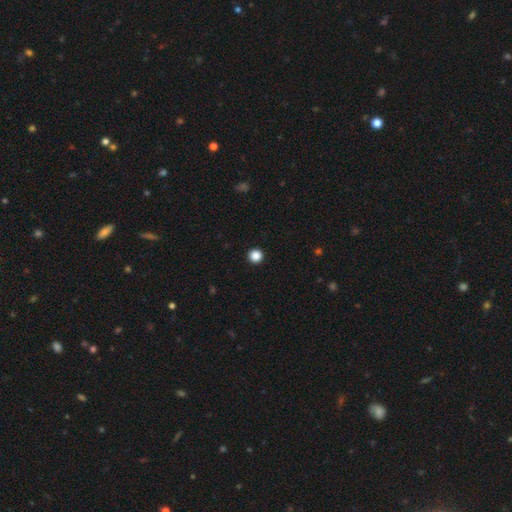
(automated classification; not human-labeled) Smooth or featured: smooth — 87% (star or artifact — 10%)
How rounded: round — 96% (in between — 3%)
Merging: none — 94% (minor disturbance — 3%)